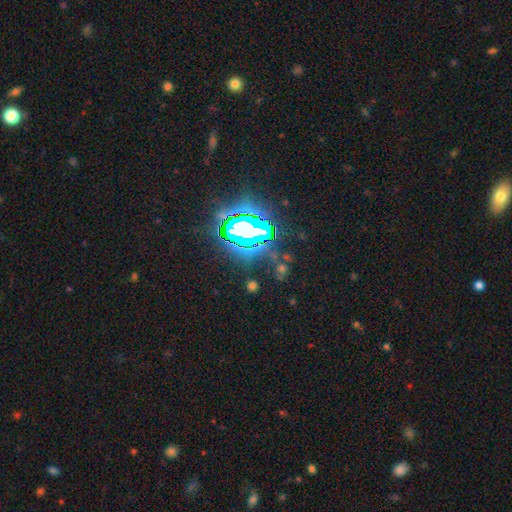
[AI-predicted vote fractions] A star or artifact, not a galaxy (83%).

Vote fractions:
- Smooth or featured? star or artifact: 83% / smooth: 11% / featured or disk: 6%